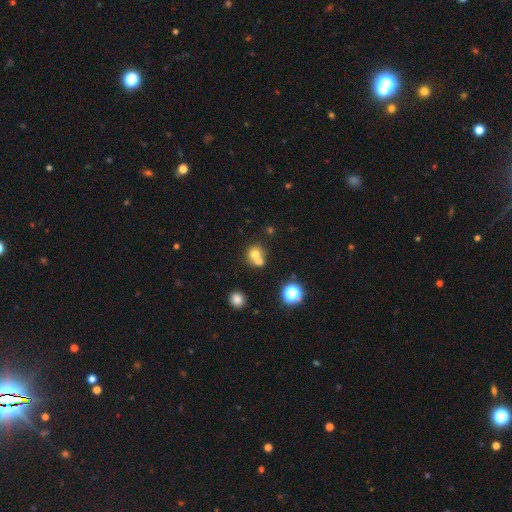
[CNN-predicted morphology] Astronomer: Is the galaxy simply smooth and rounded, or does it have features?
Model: smooth — 69%.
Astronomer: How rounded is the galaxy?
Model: round — 81%.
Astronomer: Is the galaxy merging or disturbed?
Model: merger — 54% (runner-up: none, 37%).